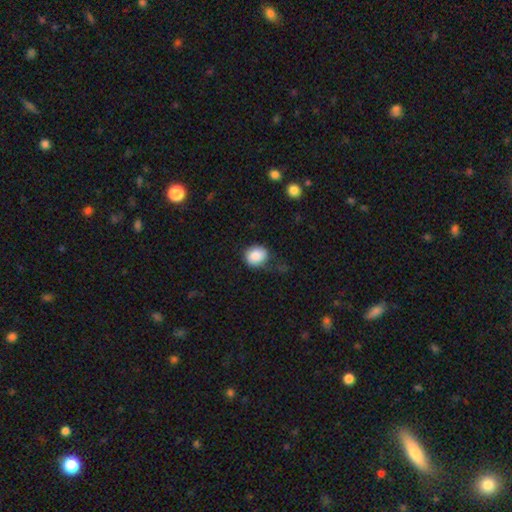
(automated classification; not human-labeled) Q: Smooth or featured?
A: smooth (86%); runner-up: star or artifact (8%)
Q: How rounded?
A: round (66%); runner-up: in between (33%)
Q: Merging?
A: none (58%); runner-up: minor disturbance (28%)